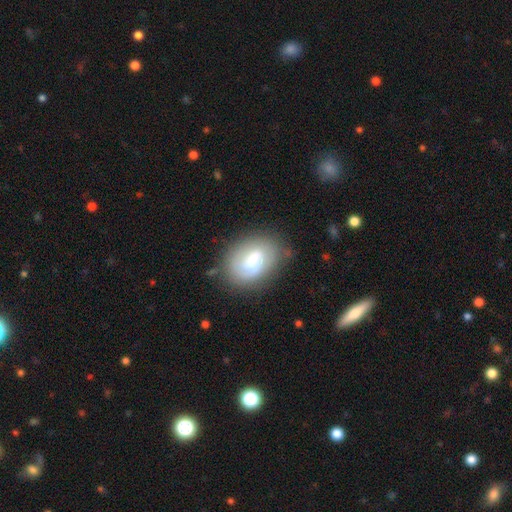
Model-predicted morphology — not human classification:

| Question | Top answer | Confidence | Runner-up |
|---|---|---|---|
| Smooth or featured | smooth | 46% | tied: featured or disk (46%) |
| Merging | none | 62% | minor disturbance (24%) |